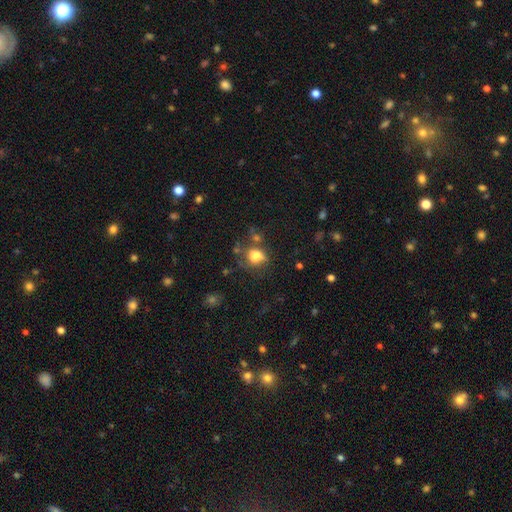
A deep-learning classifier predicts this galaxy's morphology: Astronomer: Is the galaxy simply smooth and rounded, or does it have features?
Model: smooth — 73%.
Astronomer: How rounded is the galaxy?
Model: in between — 51% (runner-up: round, 48%).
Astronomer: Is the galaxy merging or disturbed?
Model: none — 43% (runner-up: minor disturbance, 23%).